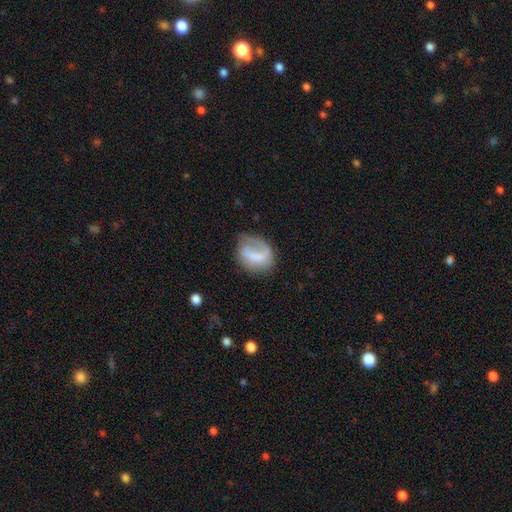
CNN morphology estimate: This is possibly a smooth galaxy (51%). How rounded: possibly in between (57%). Merging: marginally none (44%).